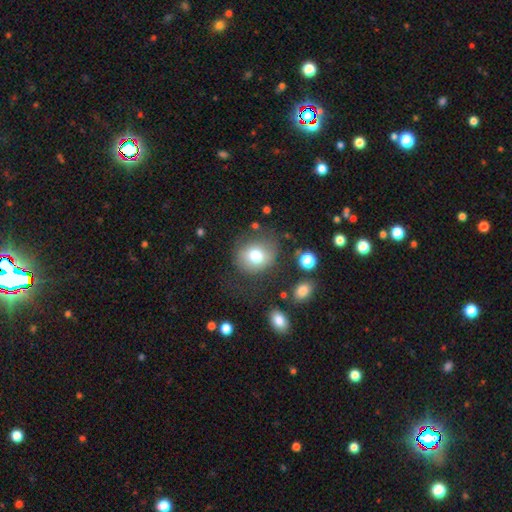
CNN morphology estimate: Smooth or featured? smooth (74%)
How rounded? round (70%)
Merging? none (68%)